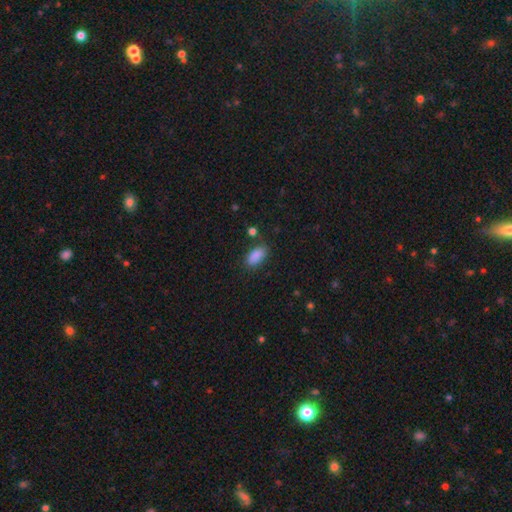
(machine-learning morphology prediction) Smooth or featured?
  - smooth: 87% *
  - star or artifact: 8%
  - featured or disk: 5%
How rounded?
  - in between: 91% *
  - cigar-shaped: 5%
  - round: 4%
Merging?
  - none: 73% *
  - minor disturbance: 18%
  - major disturbance: 5%
  - merger: 4%